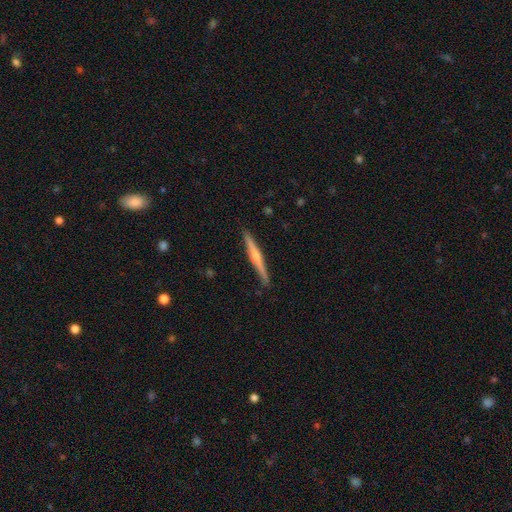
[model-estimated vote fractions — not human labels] This appears to be a featured or disk galaxy (62%) viewed edge-on (98%) with a rounded central bulge (64%). Merging: none (89%).